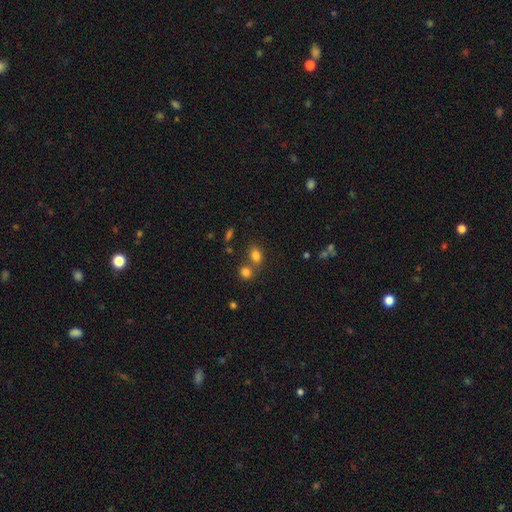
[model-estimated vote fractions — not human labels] smooth_or_featured: smooth (p=0.80) [alt: star or artifact p=0.13]
how_rounded: in between (p=0.67) [alt: round p=0.31]
merging: none (p=0.56) [alt: merger p=0.29]